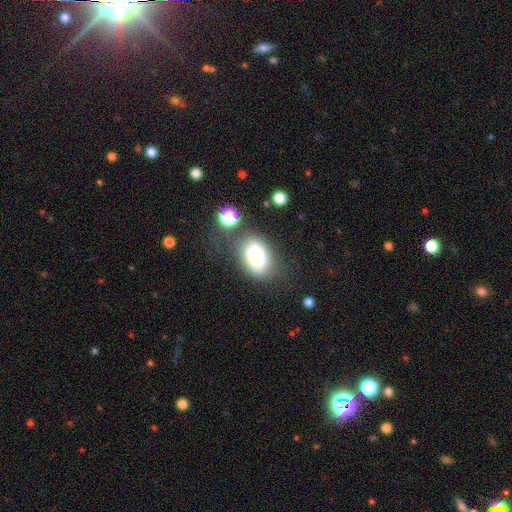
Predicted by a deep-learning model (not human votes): Smooth or featured: smooth — 63% (featured or disk — 25%)
How rounded: in between — 82% (round — 17%)
Merging: none — 48% (minor disturbance — 25%)